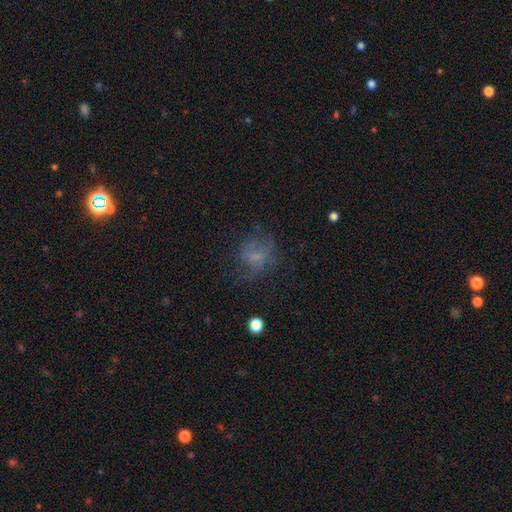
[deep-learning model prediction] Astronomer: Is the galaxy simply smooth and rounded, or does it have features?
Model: smooth — 46% (runner-up: featured or disk, 35%).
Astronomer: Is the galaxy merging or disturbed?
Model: none — 49% (runner-up: major disturbance, 27%).